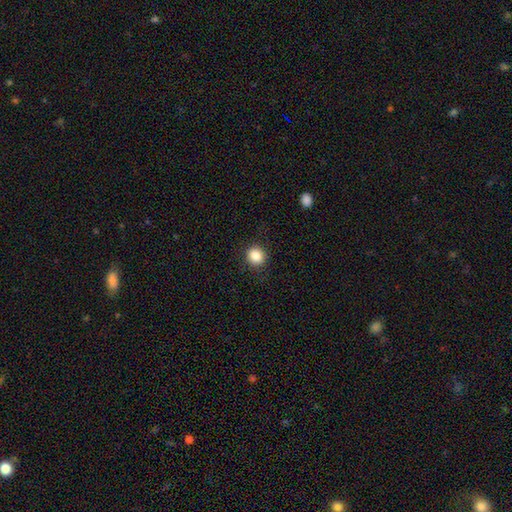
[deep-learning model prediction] A smooth galaxy with no disk features (85%) that is round (89%). Merging: none (91%).